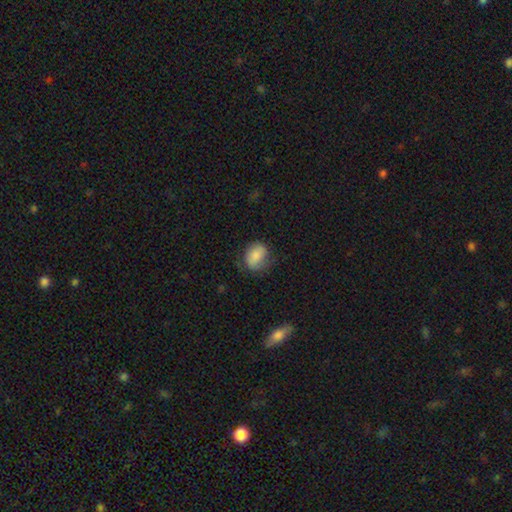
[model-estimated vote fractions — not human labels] Smooth or featured? smooth (80%)
How rounded? in between (61%)
Merging? none (60%)